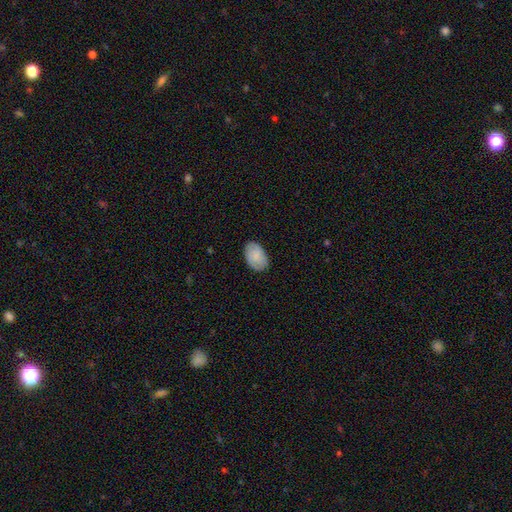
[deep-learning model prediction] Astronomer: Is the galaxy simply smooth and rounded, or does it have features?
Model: smooth — 83%.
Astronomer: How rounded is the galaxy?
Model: in between — 90%.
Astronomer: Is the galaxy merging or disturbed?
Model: none — 84%.